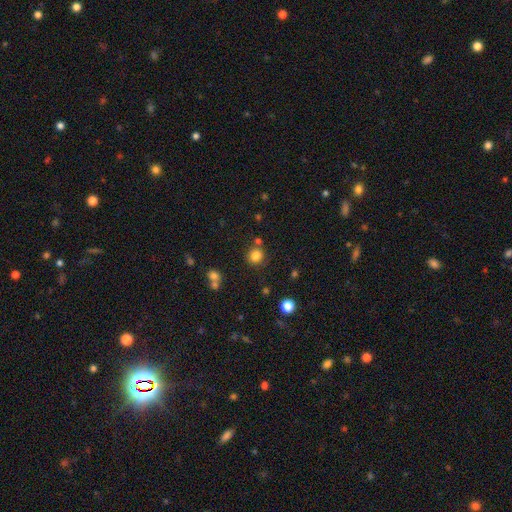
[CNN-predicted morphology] Smooth or featured? smooth (82%)
How rounded? round (87%)
Merging? none (78%)